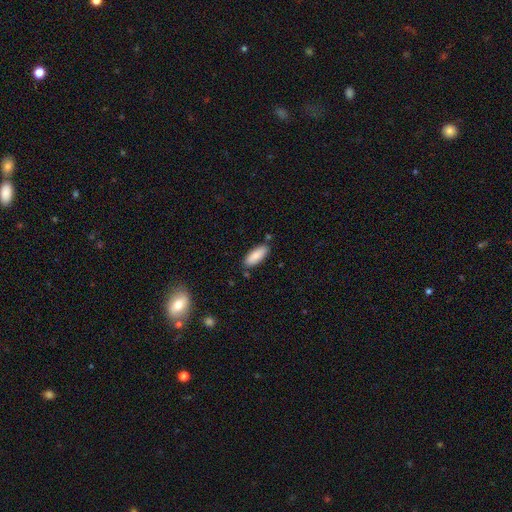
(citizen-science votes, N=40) Q: Smooth or featured?
A: smooth (88%); runner-up: featured or disk (10%)
Q: How rounded?
A: in between (86%); runner-up: cigar-shaped (11%)
Q: Merging?
A: none (87%); runner-up: merger (8%)